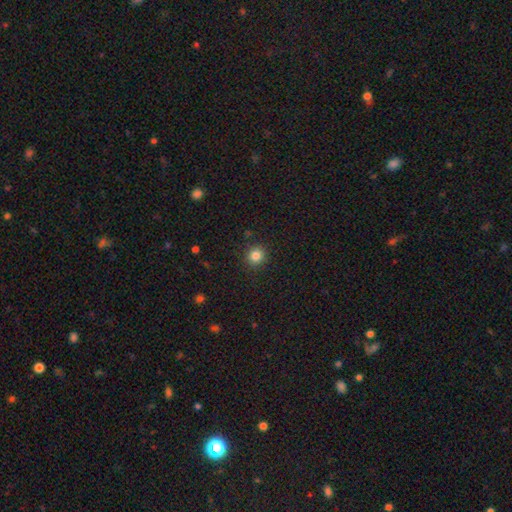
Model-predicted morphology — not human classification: This is clearly a smooth galaxy (83%). How rounded: clearly round (91%). Merging: clearly none (89%).